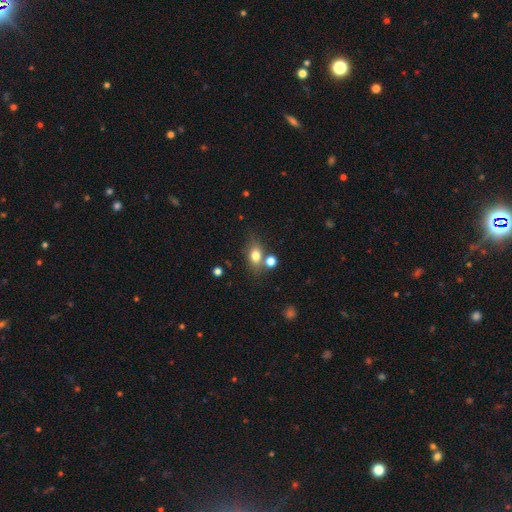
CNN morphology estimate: Smooth or featured? Predicted: smooth (p=0.76). How rounded? Predicted: in between (p=0.69). Merging? Predicted: none (p=0.62).